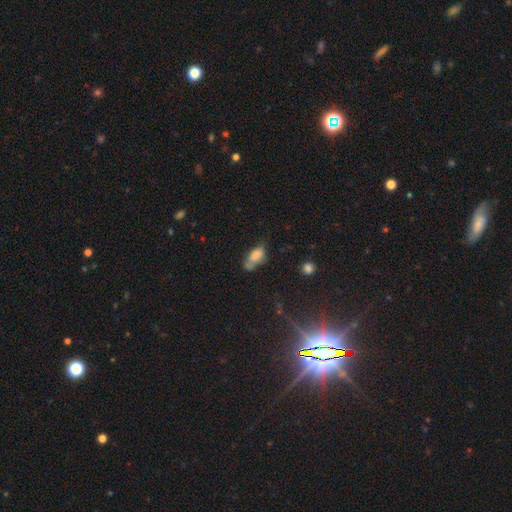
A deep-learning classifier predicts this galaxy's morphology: This appears to be a smooth galaxy with no disk features (74%) that is in between round and cigar-shaped (85%). Merging: none (37%).